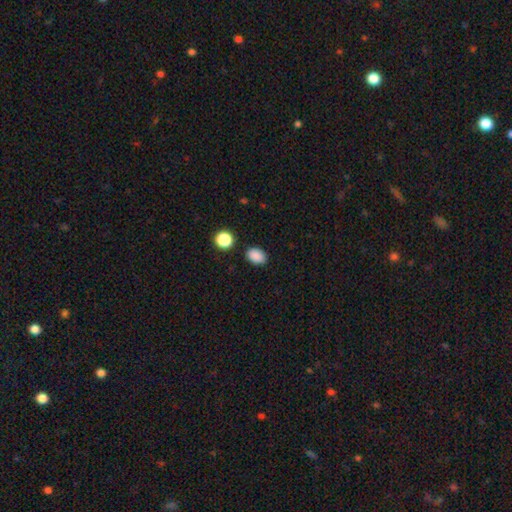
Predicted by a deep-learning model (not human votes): Morphology: type=smooth (87%); roundness=in between (75%); merging=none (85%).